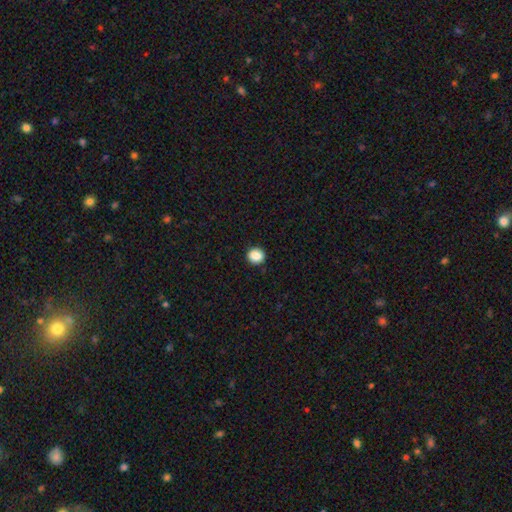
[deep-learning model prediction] The model was most divided on "how rounded": round: 82%, in between: 17%, cigar-shaped: 1%. More confident: merging — none (91%); smooth or featured — smooth (88%).